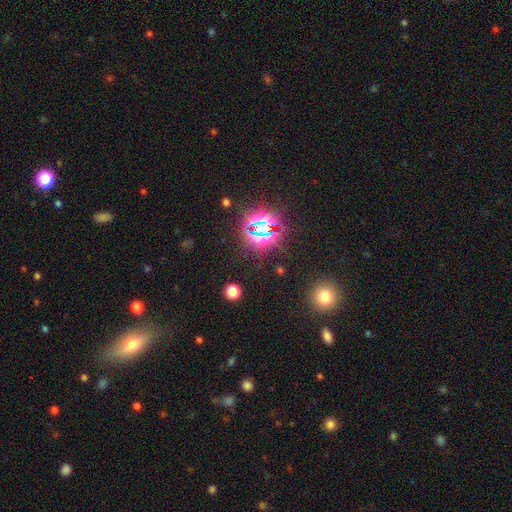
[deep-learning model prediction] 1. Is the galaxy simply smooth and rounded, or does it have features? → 59% star or artifact, 33% smooth, 9% featured or disk.